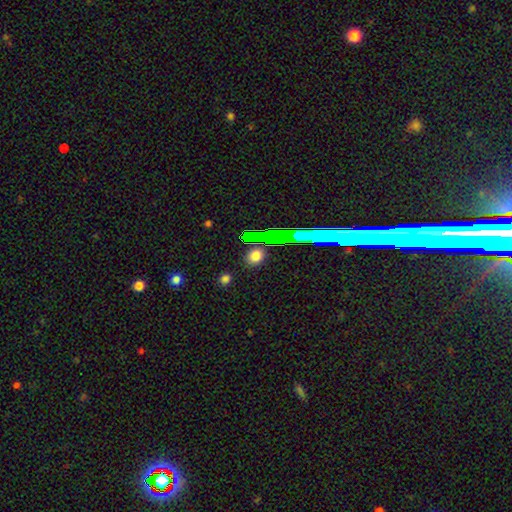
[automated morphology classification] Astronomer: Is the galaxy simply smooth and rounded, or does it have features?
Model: smooth — 76%.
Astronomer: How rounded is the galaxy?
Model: round — 69%.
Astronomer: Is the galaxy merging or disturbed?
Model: none — 86%.